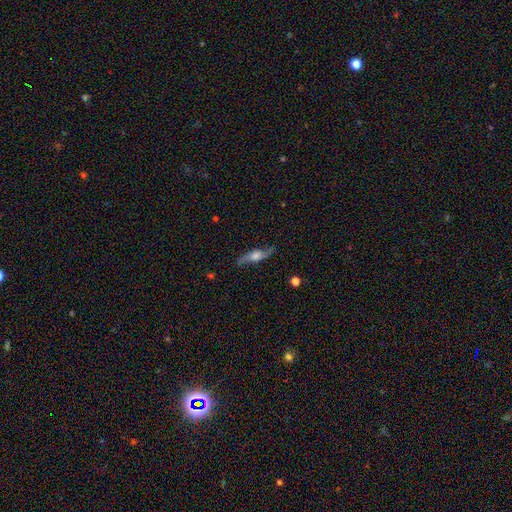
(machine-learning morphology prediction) A featured or disk galaxy (65%) viewed edge-on (58%).

Vote fractions:
- Smooth or featured? featured or disk: 65% / smooth: 28% / star or artifact: 7%
- Edge-on disk? yes: 58% / no: 42%
- Merging? none: 80% / minor disturbance: 15% / major disturbance: 4% / merger: 1%